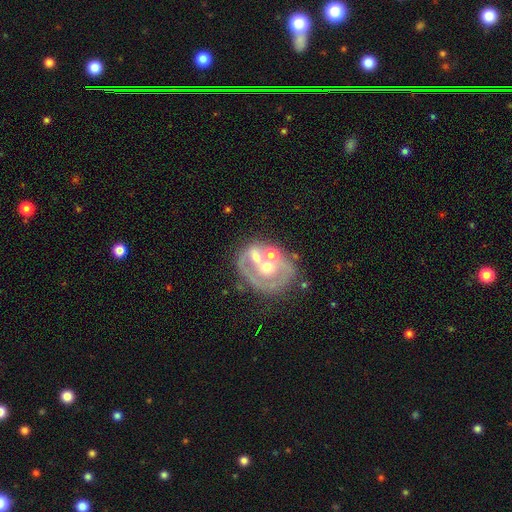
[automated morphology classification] featured or disk 67%, smooth 23%, star or artifact 10%. Down the decision tree: edge-on disk — no (97%); bar — no (82%); spiral arms — no (65%); bulge size — moderate (54%); merging — none (37%).